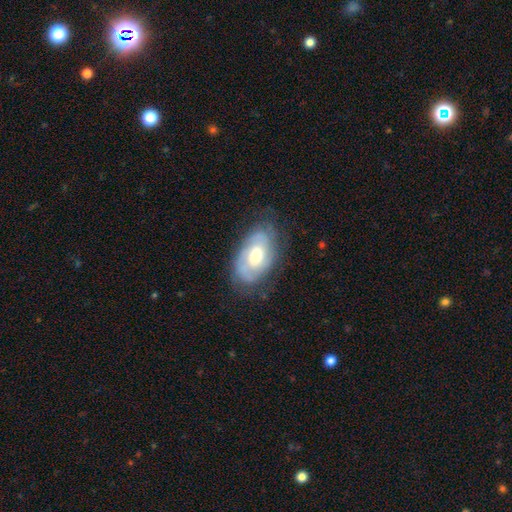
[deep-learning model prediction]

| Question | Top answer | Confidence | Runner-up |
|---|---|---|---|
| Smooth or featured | featured or disk | 66% | smooth (28%) |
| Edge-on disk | no | 94% | yes (6%) |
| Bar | no | 57% | weak (35%) |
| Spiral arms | yes | 82% | no (18%) |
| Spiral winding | tight | 56% | medium (33%) |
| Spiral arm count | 2 | 43% | can't tell (38%) |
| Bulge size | moderate | 66% | large (19%) |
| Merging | none | 67% | minor disturbance (23%) |